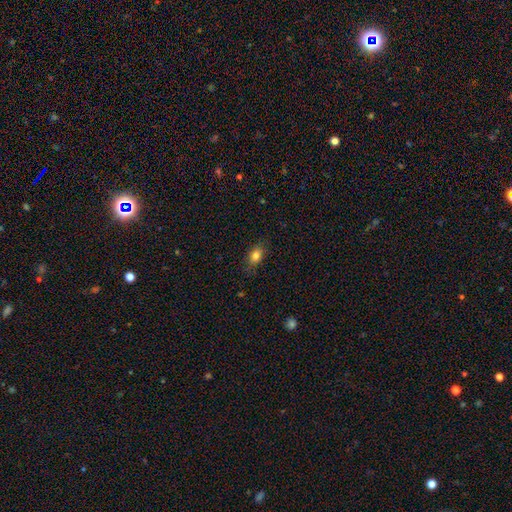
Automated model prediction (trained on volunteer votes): This appears to be a smooth galaxy with no disk features (81%) that is in between round and cigar-shaped (78%). Merging: none (81%).